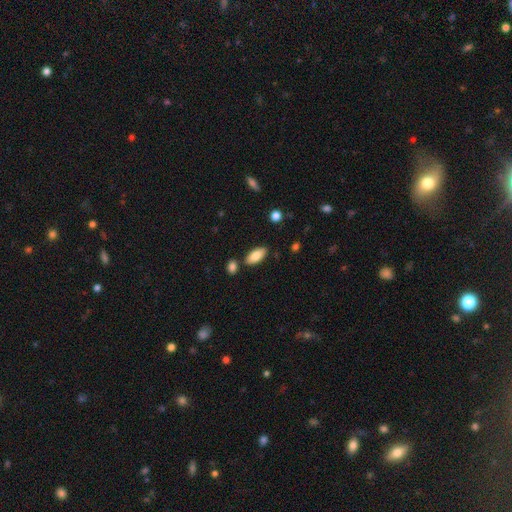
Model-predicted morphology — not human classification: Q: Smooth or featured?
A: smooth (83%); runner-up: featured or disk (11%)
Q: How rounded?
A: in between (89%); runner-up: cigar-shaped (9%)
Q: Merging?
A: none (80%); runner-up: minor disturbance (10%)